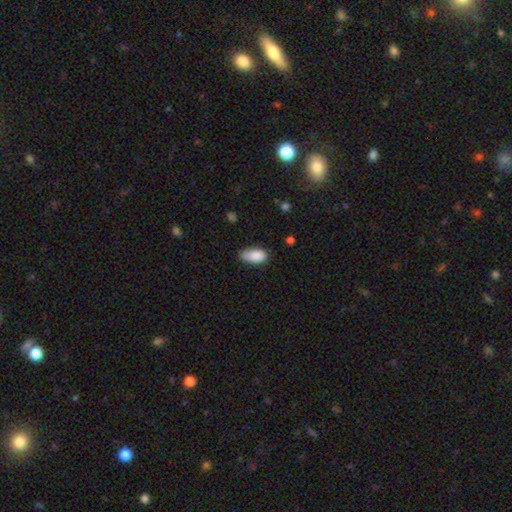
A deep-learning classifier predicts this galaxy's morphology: This appears to be a smooth galaxy with no disk features (87%) that is in between round and cigar-shaped (92%). Merging: none (64%).